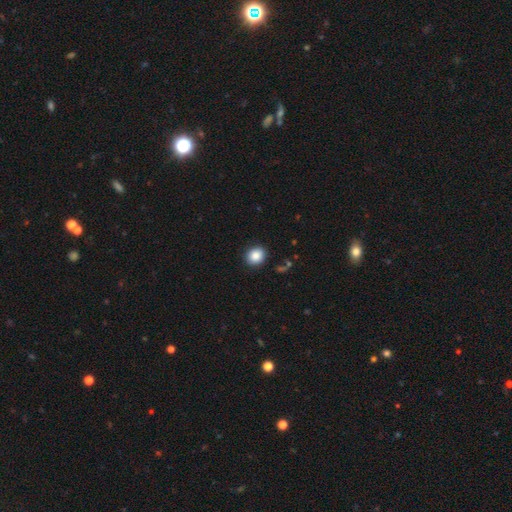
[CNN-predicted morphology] Smooth or featured?
  - smooth: 86% *
  - star or artifact: 9%
  - featured or disk: 5%
How rounded?
  - round: 77% *
  - in between: 23%
  - cigar-shaped: 1%
Merging?
  - none: 90% *
  - minor disturbance: 7%
  - major disturbance: 2%
  - merger: 1%